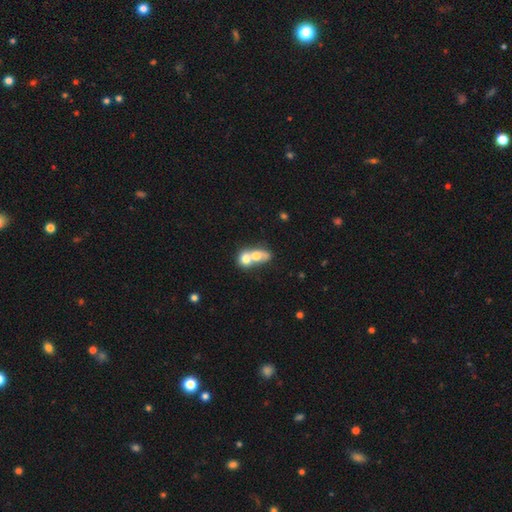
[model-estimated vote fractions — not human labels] smooth_or_featured: smooth (p=0.64) [alt: featured or disk p=0.28]
how_rounded: in between (p=0.51) [alt: round p=0.46]
merging: merger (p=0.80) [alt: none p=0.12]